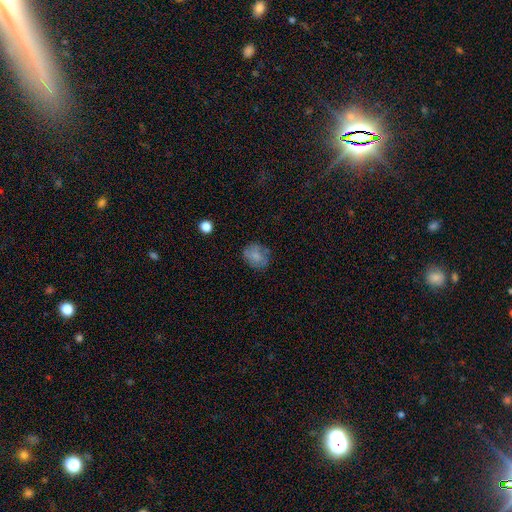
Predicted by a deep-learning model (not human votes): Q: Smooth or featured?
A: smooth (73%); runner-up: featured or disk (18%)
Q: How rounded?
A: round (61%); runner-up: in between (38%)
Q: Merging?
A: none (72%); runner-up: minor disturbance (19%)